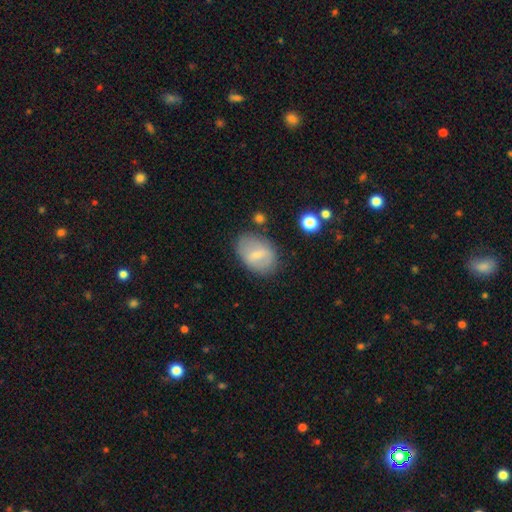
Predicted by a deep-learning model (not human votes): The model was most divided on "smooth or featured": smooth: 57%, featured or disk: 35%, star or artifact: 8%. More confident: how rounded — in between (82%); merging — none (74%).